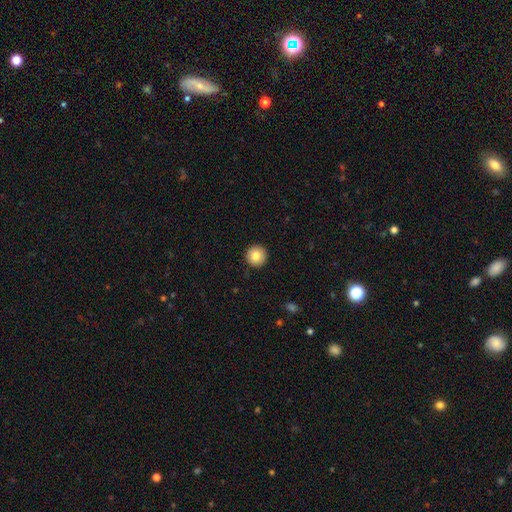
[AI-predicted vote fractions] A smooth galaxy with no disk features (83%) that is round (96%).

Vote fractions:
- Smooth or featured? smooth: 83% / star or artifact: 9% / featured or disk: 9%
- How rounded? round: 96% / in between: 3% / cigar-shaped: 1%
- Merging? none: 93% / minor disturbance: 5% / major disturbance: 1% / merger: 1%